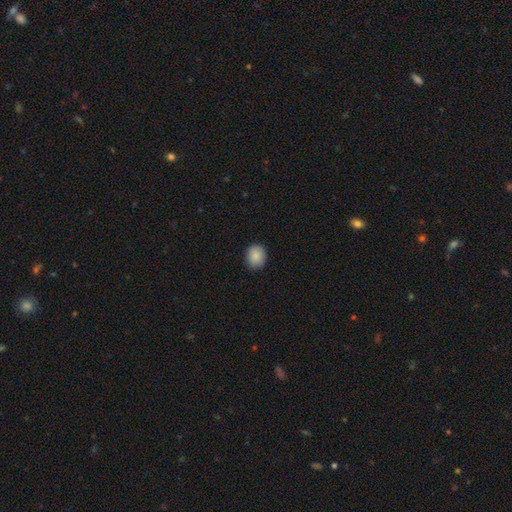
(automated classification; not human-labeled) Smooth or featured? smooth (87%)
How rounded? round (69%)
Merging? none (88%)